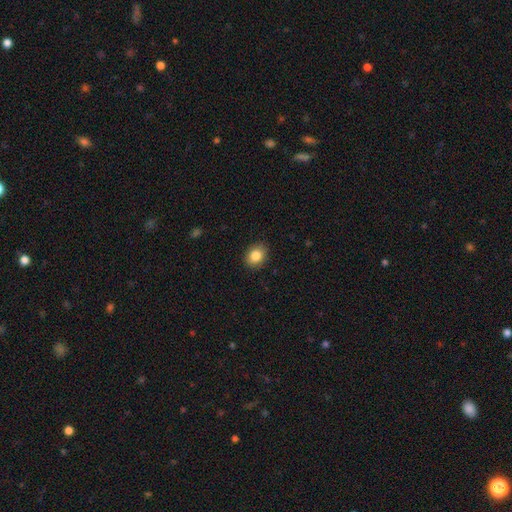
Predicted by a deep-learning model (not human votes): Smooth or featured?
  - smooth: 85% *
  - star or artifact: 9%
  - featured or disk: 7%
How rounded?
  - in between: 56% *
  - round: 43%
  - cigar-shaped: 1%
Merging?
  - none: 89% *
  - minor disturbance: 8%
  - major disturbance: 2%
  - merger: 1%